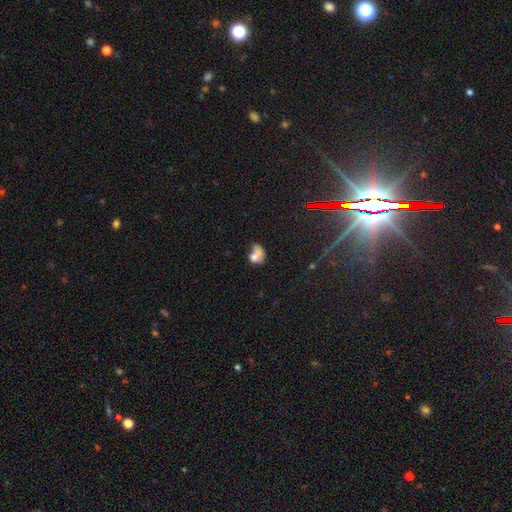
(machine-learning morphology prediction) Smooth or featured?
  - smooth: 66% *
  - featured or disk: 20%
  - star or artifact: 14%
How rounded?
  - in between: 61% *
  - round: 37%
  - cigar-shaped: 2%
Merging?
  - merger: 41% *
  - none: 22%
  - major disturbance: 20%
  - minor disturbance: 17%